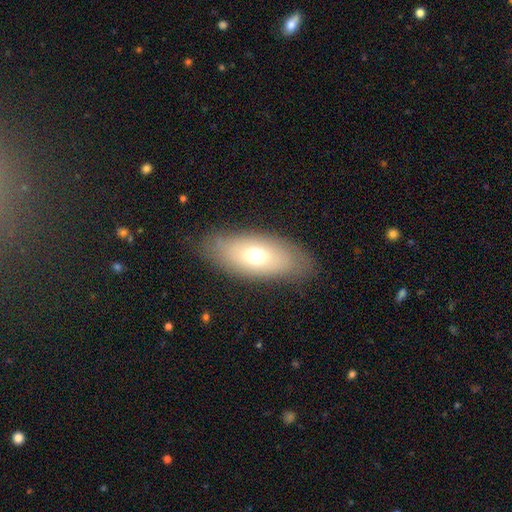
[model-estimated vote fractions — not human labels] A smooth galaxy with no disk features (62%) that is in between round and cigar-shaped (86%). Merging: none (80%).